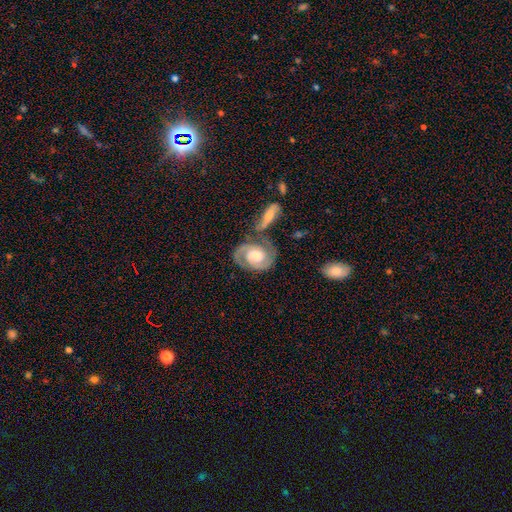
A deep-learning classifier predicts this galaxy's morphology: A featured or disk galaxy (83%) with no bar (62%), 2 (84%) tight (56%) spiral arms (96%) and a moderate central bulge (51%).

Vote fractions:
- Smooth or featured? featured or disk: 83% / smooth: 12% / star or artifact: 5%
- Edge-on disk? no: 97% / yes: 3%
- Bar? no: 62% / weak: 31% / strong: 8%
- Spiral arms? yes: 96% / no: 4%
- Spiral winding? tight: 56% / medium: 36% / loose: 8%
- Spiral arm count? 2: 84% / can't tell: 7% / 1: 4% / 3: 3% / 4: 1% / more than 4: 1%
- Bulge size? moderate: 51% / large: 24% / small: 18% / none: 5% / dominant: 2%
- Merging? none: 56% / merger: 19% / minor disturbance: 16% / major disturbance: 9%